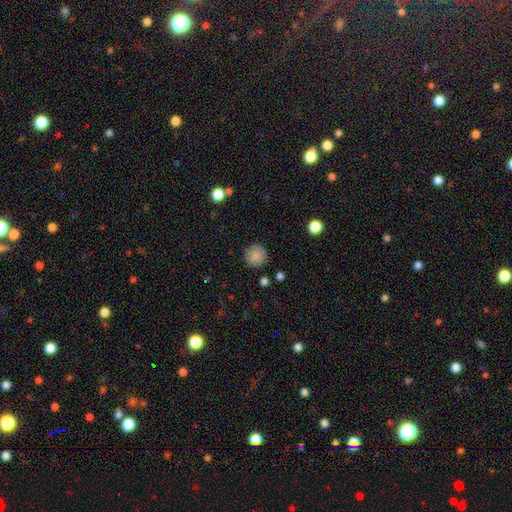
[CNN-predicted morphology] Smooth or featured? Predicted: smooth (p=0.86). How rounded? Predicted: round (p=0.94). Merging? Predicted: none (p=0.87).